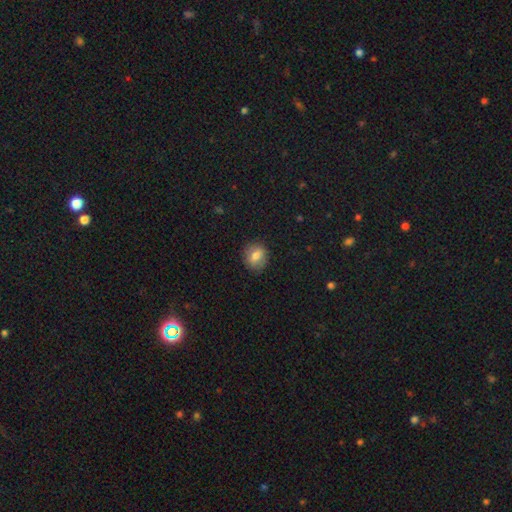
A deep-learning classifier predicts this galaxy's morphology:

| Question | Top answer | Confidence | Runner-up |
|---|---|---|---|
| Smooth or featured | smooth | 76% | featured or disk (15%) |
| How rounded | round | 72% | in between (27%) |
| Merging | none | 86% | minor disturbance (11%) |